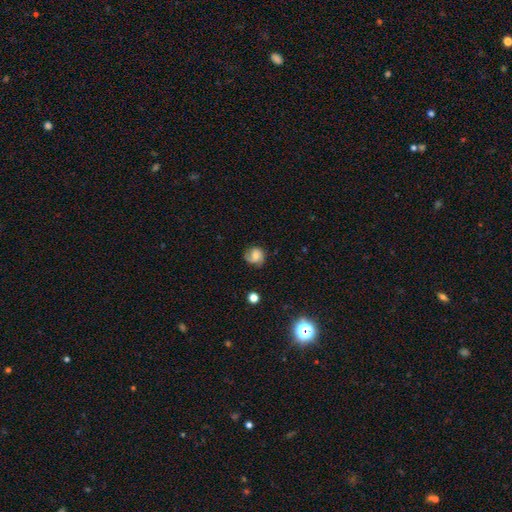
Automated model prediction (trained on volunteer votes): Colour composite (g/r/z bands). It shows a featured or disk galaxy (49%). Merging: none (68%).